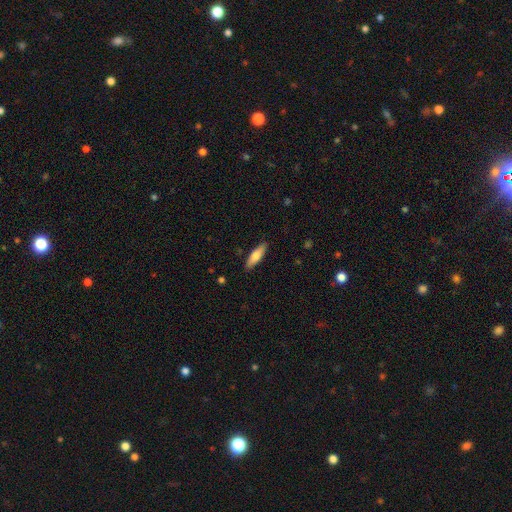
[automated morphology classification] This appears to be a smooth galaxy with no disk features (71%) that is cigar-shaped (58%). Merging: none (88%).